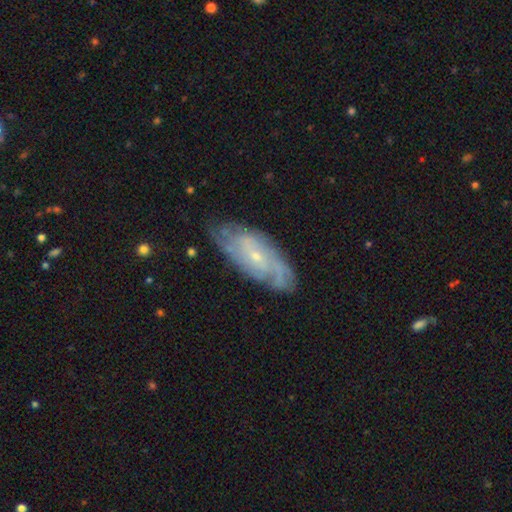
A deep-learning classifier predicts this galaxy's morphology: This is likely a featured or disk galaxy (79%). It is clearly not viewed edge-on (90%). Bar: likely no (62%). Spiral arm pattern: clearly yes (92%). Spiral arm count: marginally can't tell (44%). Spiral winding: possibly tight (55%). Central bulge: likely small (78%). Merging: likely none (72%).